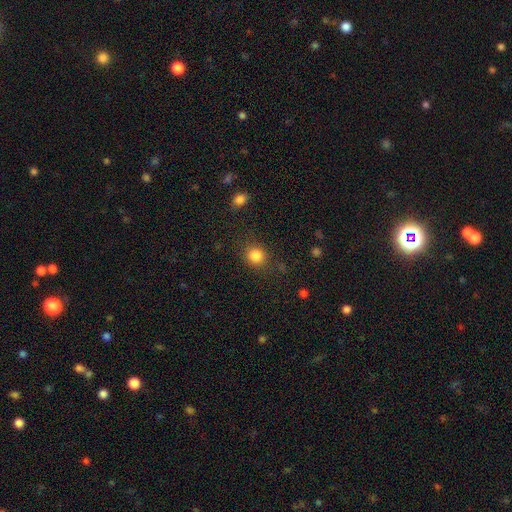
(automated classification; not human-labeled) Morphology: type=smooth (85%); roundness=round (83%); merging=none (82%).